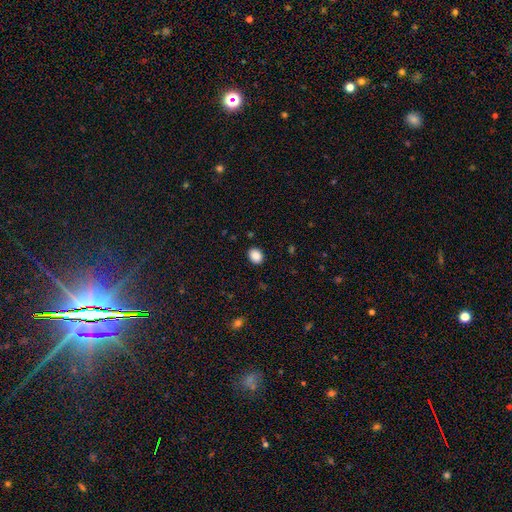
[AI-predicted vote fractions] A smooth galaxy with no disk features (89%) that is in between round and cigar-shaped (52%).

Vote fractions:
- Smooth or featured? smooth: 89% / star or artifact: 9% / featured or disk: 3%
- How rounded? in between: 52% / round: 47% / cigar-shaped: 1%
- Merging? none: 90% / minor disturbance: 7% / major disturbance: 2% / merger: 1%